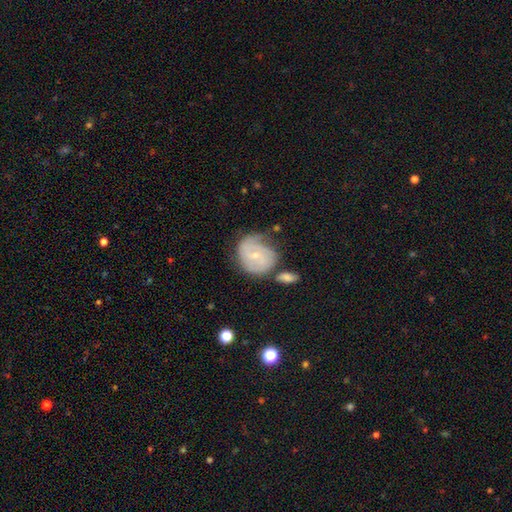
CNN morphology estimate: Q: Smooth or featured?
A: featured or disk (61%); runner-up: smooth (32%)
Q: Edge-on disk?
A: no (97%); runner-up: yes (3%)
Q: Bar?
A: no (59%); runner-up: weak (35%)
Q: Spiral arms?
A: yes (80%); runner-up: no (20%)
Q: Bulge size?
A: small (70%); runner-up: moderate (26%)
Q: Merging?
A: none (44%); runner-up: minor disturbance (29%)